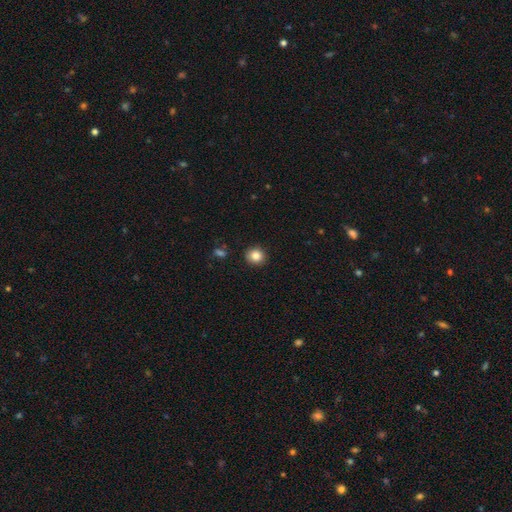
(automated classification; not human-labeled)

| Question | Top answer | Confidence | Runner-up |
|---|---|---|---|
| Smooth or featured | smooth | 85% | star or artifact (10%) |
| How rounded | round | 84% | in between (15%) |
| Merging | none | 91% | minor disturbance (6%) |